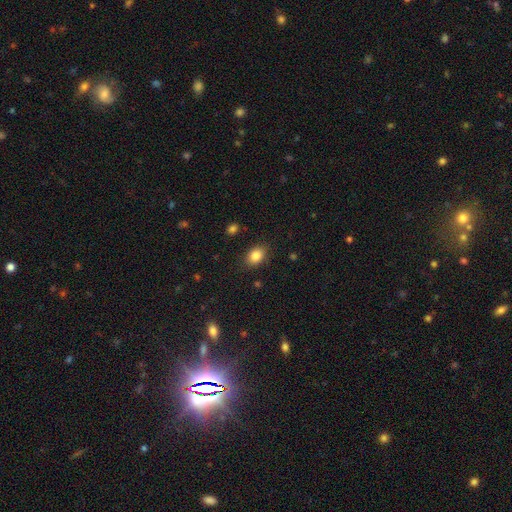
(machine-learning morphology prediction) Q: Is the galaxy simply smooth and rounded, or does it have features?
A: smooth — 85%.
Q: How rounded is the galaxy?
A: in between — 79%.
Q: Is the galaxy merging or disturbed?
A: none — 86%.